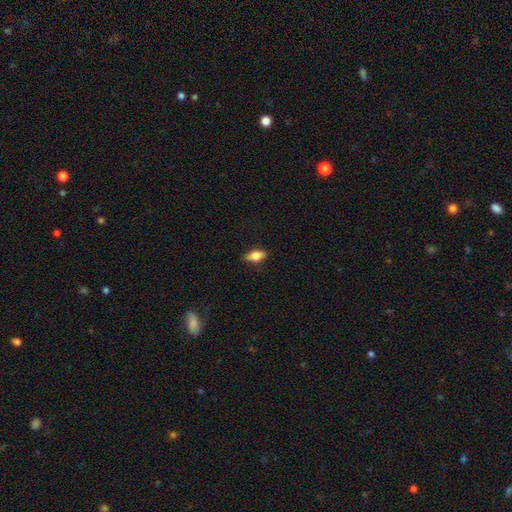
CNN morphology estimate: The model was most divided on "smooth or featured": smooth: 71%, featured or disk: 22%, star or artifact: 8%. More confident: merging — none (85%); how rounded — in between (83%).